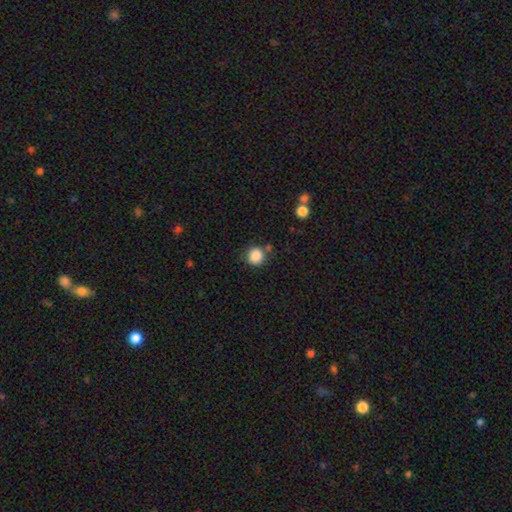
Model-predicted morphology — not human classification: type=smooth (87%); roundness=round (91%); merging=none (80%).